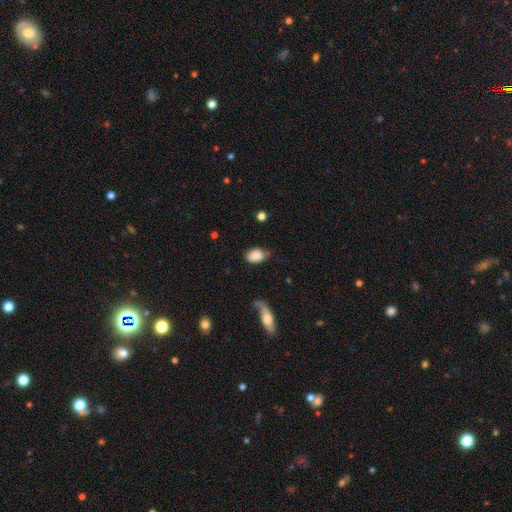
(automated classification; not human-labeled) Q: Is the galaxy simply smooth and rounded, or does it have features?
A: smooth — 84%.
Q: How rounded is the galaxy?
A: in between — 84%.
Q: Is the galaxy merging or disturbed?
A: none — 63%.